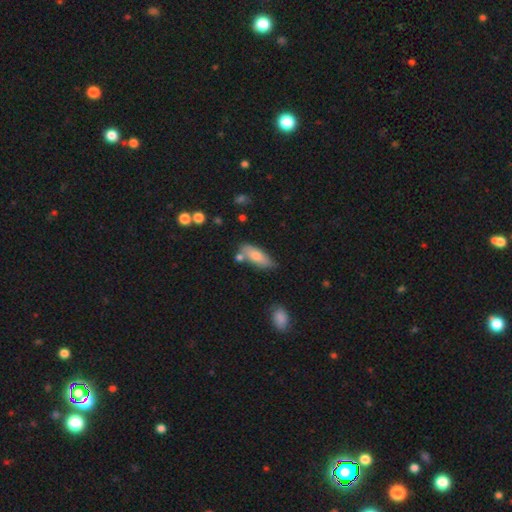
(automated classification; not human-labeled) A smooth galaxy with no disk features (76%) that is in between round and cigar-shaped (67%). Merging: none (65%).